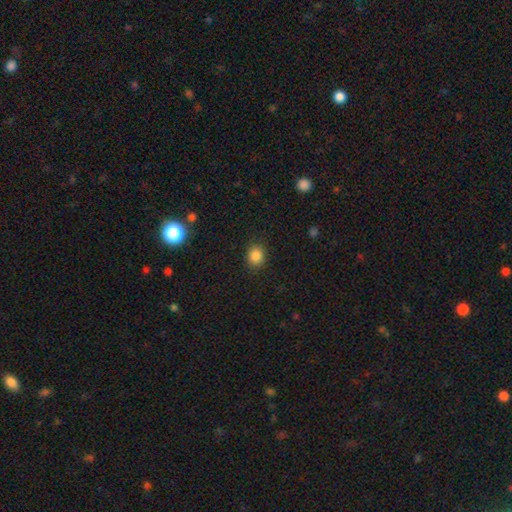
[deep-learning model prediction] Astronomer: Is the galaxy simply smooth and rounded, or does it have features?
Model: smooth — 85%.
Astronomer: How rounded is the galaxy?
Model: round — 68%.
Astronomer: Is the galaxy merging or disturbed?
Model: none — 87%.